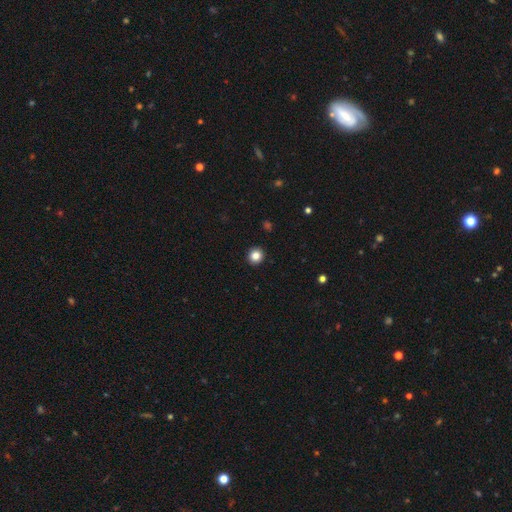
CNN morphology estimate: Smooth or featured? Predicted: smooth (p=0.84). How rounded? Predicted: round (p=0.92). Merging? Predicted: none (p=0.93).